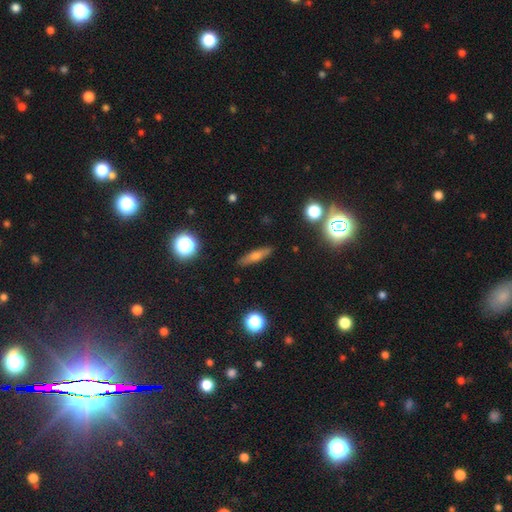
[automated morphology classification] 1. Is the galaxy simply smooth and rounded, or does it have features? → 52% smooth, 36% featured or disk, 12% star or artifact.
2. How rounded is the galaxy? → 71% cigar-shaped, 22% in between, 6% round.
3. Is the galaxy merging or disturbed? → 89% none, 8% minor disturbance, 2% major disturbance, 2% merger.